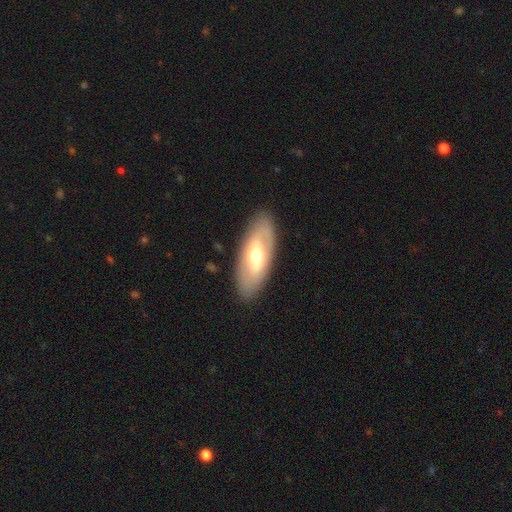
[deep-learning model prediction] A featured or disk galaxy (54%). Merging: none (86%).